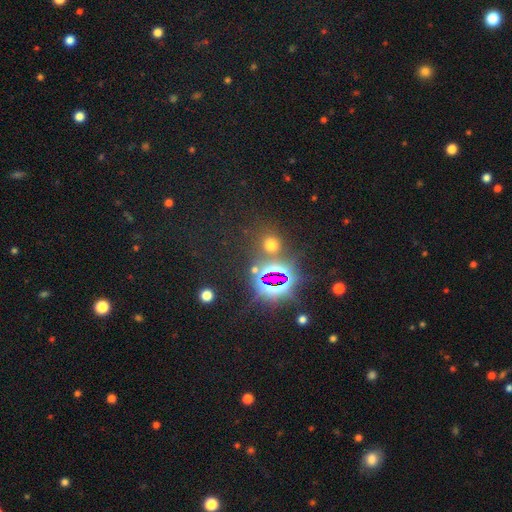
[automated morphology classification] smooth_or_featured: star or artifact (p=0.77) [alt: smooth p=0.14]